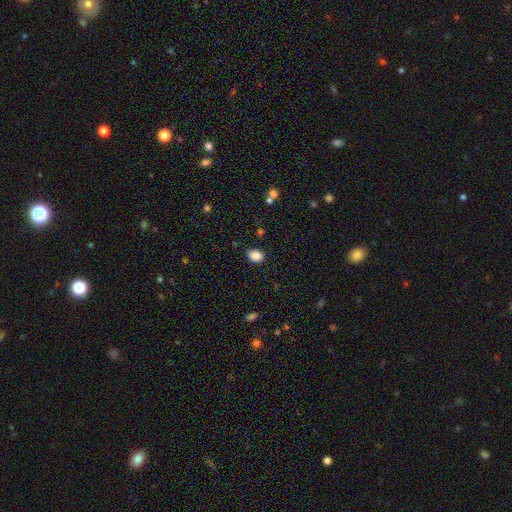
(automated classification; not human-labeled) Overall: smooth (87%). How rounded: in between (69%; round 30%). Merging: none (86%).